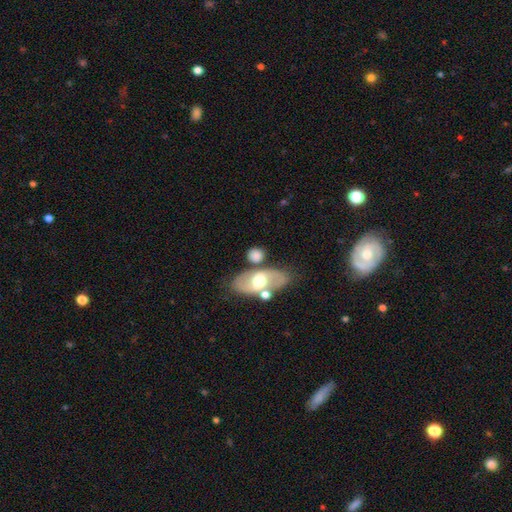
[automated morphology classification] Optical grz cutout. It shows a smooth galaxy with no disk features (49%). Merging: none (63%).